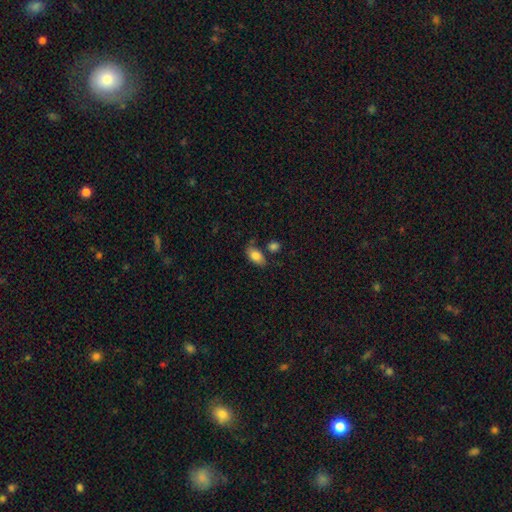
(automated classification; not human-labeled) A smooth galaxy with no disk features (82%) that is in between round and cigar-shaped (91%). Merging: none (67%).